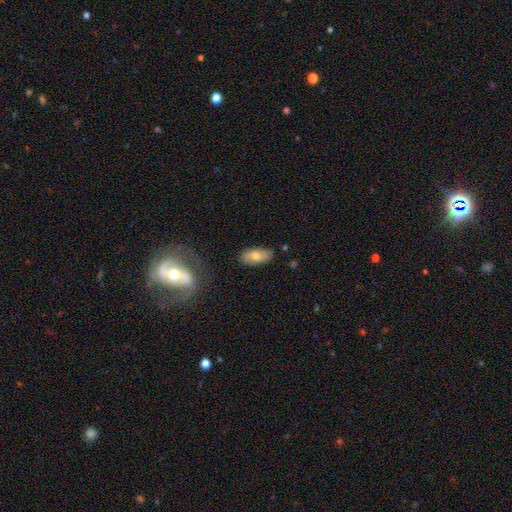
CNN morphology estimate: smooth-or-featured: smooth: 69% | featured or disk: 23% | star or artifact: 8%
  how-rounded: in between: 88% | cigar-shaped: 8% | round: 3%
  merging: none: 82% | minor disturbance: 13% | major disturbance: 3% | merger: 2%